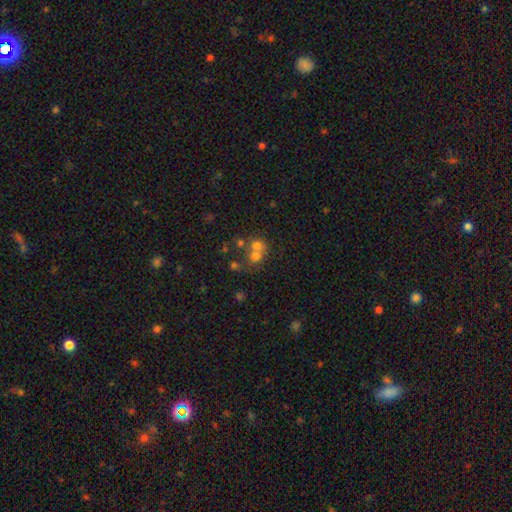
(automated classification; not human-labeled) Smooth or featured: smooth — 62% (featured or disk — 21%)
How rounded: round — 79% (in between — 20%)
Merging: merger — 57% (none — 33%)